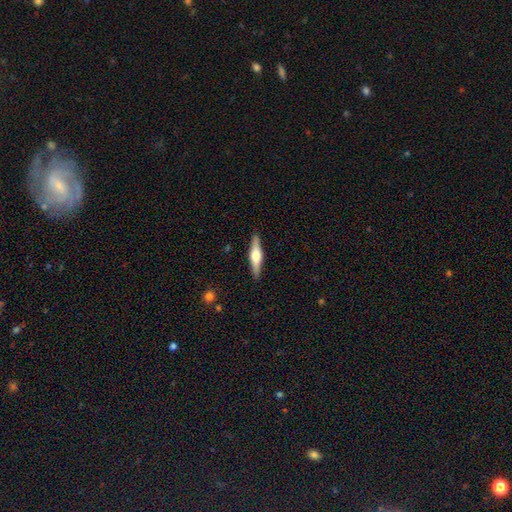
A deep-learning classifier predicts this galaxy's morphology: This appears to be a featured or disk galaxy (60%) viewed edge-on (96%) with a rounded central bulge (90%). Merging: none (90%).